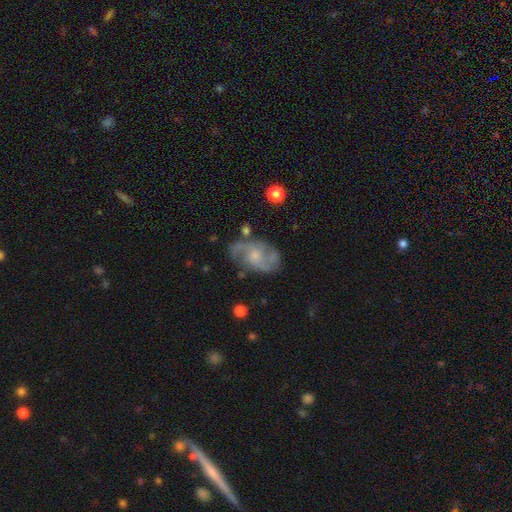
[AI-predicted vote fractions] The model was most divided on "spiral winding": medium: 49%, loose: 32%, tight: 19%. More confident: edge-on disk — no (97%); spiral arms — yes (92%); smooth or featured — featured or disk (78%); merging — none (67%); bar — no (65%); spiral arm count — 2 (64%); bulge size — small (52%).